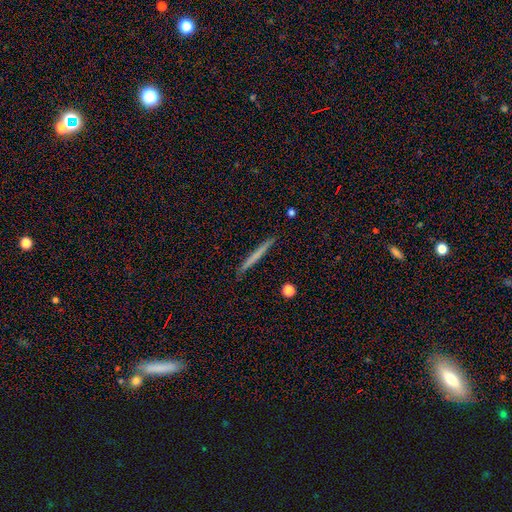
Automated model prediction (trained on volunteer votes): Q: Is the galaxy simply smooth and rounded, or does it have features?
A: smooth — 59%.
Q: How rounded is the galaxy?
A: cigar-shaped — 97%.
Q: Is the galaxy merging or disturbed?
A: none — 91%.